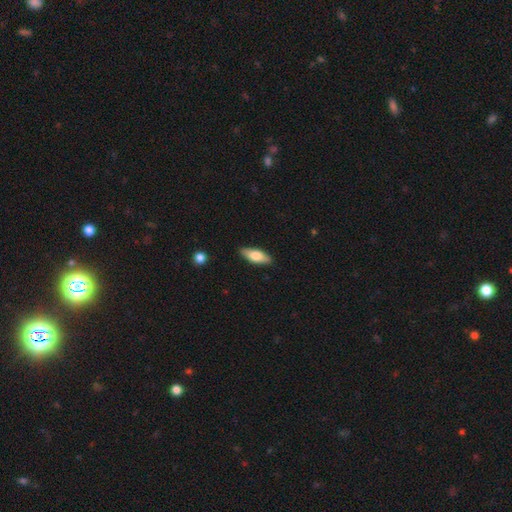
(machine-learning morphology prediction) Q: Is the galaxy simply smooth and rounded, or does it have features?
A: smooth — 68%.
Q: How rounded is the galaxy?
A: in between — 70%.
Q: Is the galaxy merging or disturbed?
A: none — 87%.